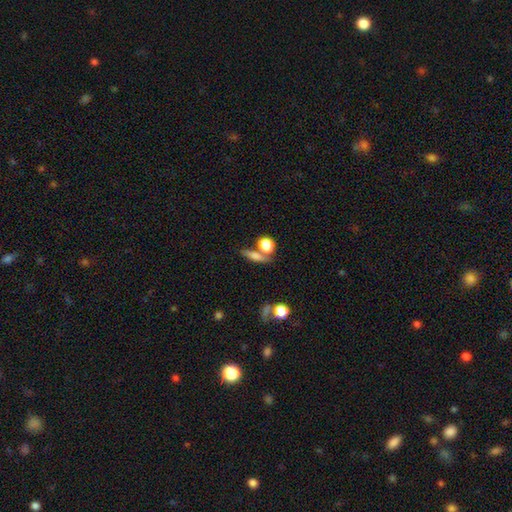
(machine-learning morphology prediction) smooth_or_featured: smooth (p=0.66) [alt: featured or disk p=0.23]
how_rounded: cigar-shaped (p=0.44) [alt: in between p=0.31]
merging: none (p=0.59) [alt: merger p=0.24]